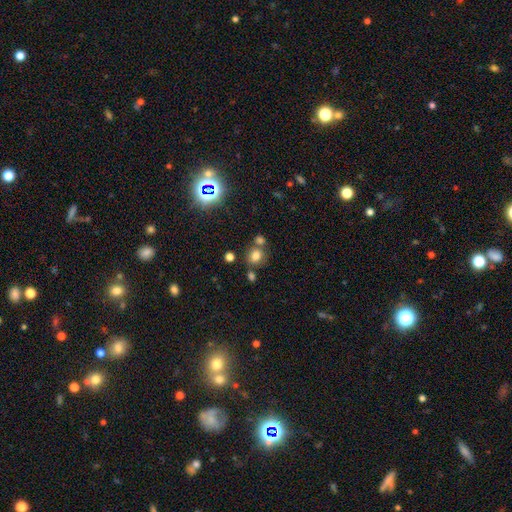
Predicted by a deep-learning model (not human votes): Smooth or featured?
  - smooth: 74% *
  - star or artifact: 17%
  - featured or disk: 10%
How rounded?
  - round: 65% *
  - in between: 34%
  - cigar-shaped: 1%
Merging?
  - none: 61% *
  - merger: 22%
  - minor disturbance: 12%
  - major disturbance: 5%